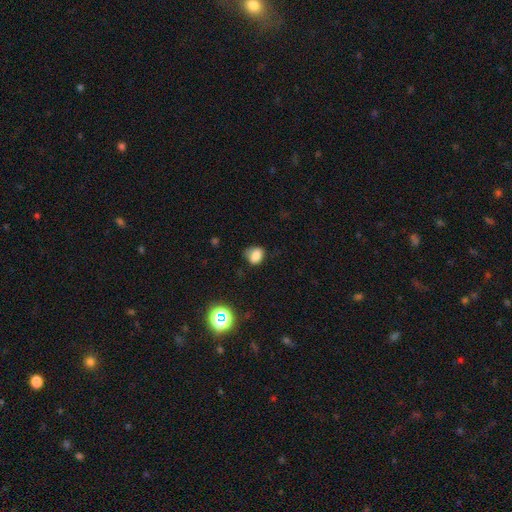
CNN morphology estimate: The model was most divided on "how rounded": in between: 56%, round: 42%, cigar-shaped: 1%. More confident: smooth or featured — smooth (79%); merging — none (57%).